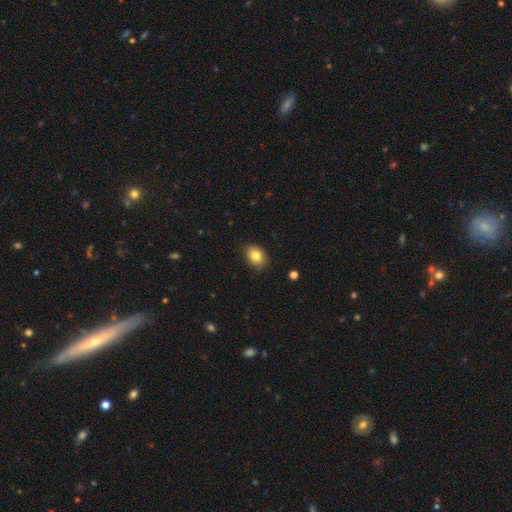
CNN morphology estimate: smooth-or-featured: smooth: 83% | star or artifact: 9% | featured or disk: 8%
  how-rounded: in between: 64% | round: 35% | cigar-shaped: 1%
  merging: none: 87% | minor disturbance: 10% | major disturbance: 2% | merger: 1%